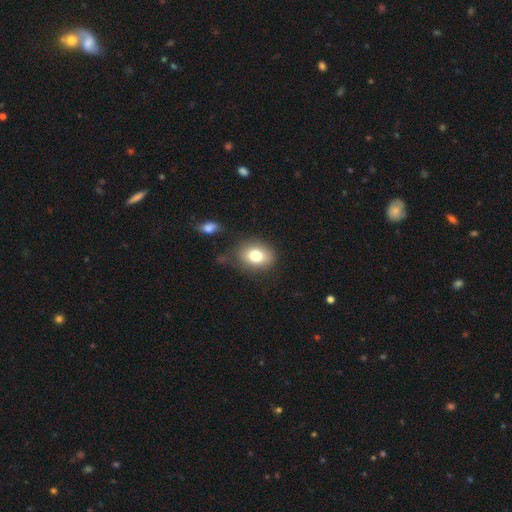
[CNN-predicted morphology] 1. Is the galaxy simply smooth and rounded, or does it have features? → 77% smooth, 13% featured or disk, 10% star or artifact.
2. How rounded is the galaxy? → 60% in between, 39% round, 1% cigar-shaped.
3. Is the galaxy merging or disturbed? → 75% none, 15% minor disturbance, 5% major disturbance, 4% merger.